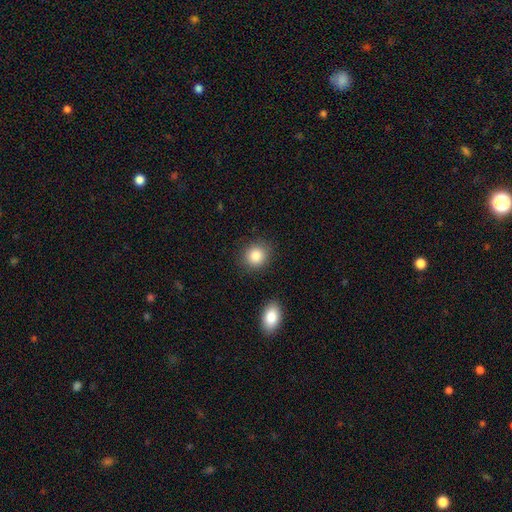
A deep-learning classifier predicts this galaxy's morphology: Q: Smooth or featured?
A: smooth (86%); runner-up: star or artifact (9%)
Q: How rounded?
A: round (76%); runner-up: in between (23%)
Q: Merging?
A: none (86%); runner-up: minor disturbance (9%)